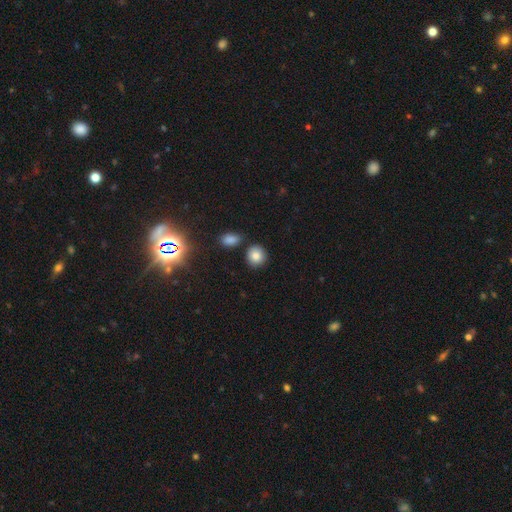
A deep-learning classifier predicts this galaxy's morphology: Q: Smooth or featured?
A: smooth (84%); runner-up: star or artifact (10%)
Q: How rounded?
A: round (83%); runner-up: in between (16%)
Q: Merging?
A: none (80%); runner-up: minor disturbance (10%)